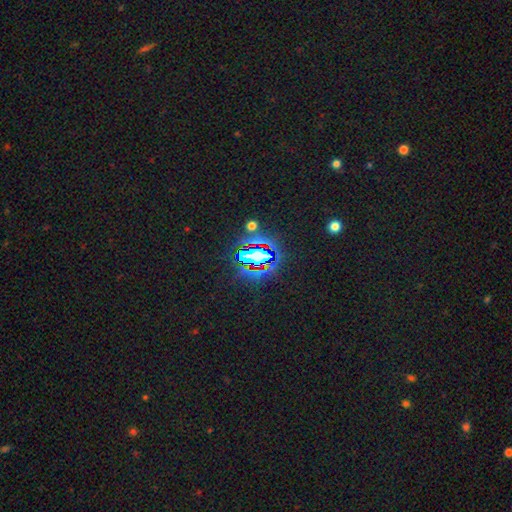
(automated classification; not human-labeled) star or artifact 72%, smooth 16%, featured or disk 12%.